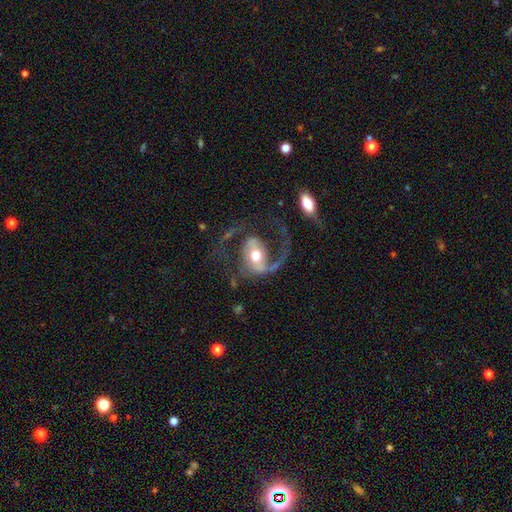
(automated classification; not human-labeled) Morphology: type=featured or disk (80%); edge-on=no (97%); bar=no (44%); spiral arms=yes (88%); winding=loose (52%); arm count=2 (60%); bulge=moderate (68%); merging=none (43%).